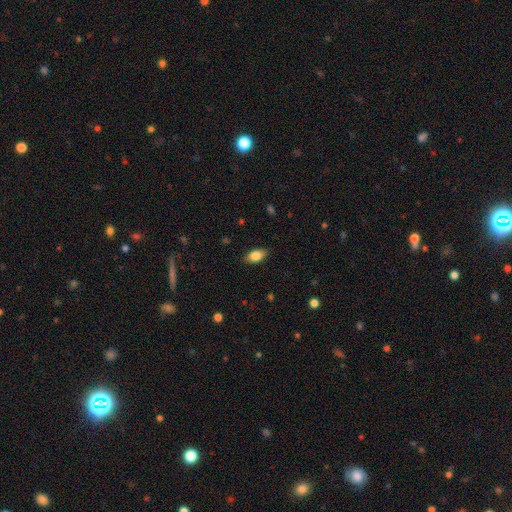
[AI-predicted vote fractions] Q: Smooth or featured?
A: smooth (81%); runner-up: featured or disk (11%)
Q: How rounded?
A: in between (89%); runner-up: cigar-shaped (6%)
Q: Merging?
A: none (85%); runner-up: minor disturbance (11%)